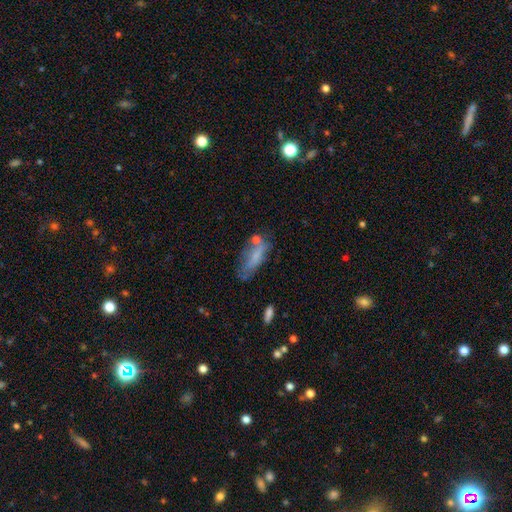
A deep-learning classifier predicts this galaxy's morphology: smooth-or-featured: smooth: 61% | featured or disk: 29% | star or artifact: 9%
  how-rounded: in between: 57% | cigar-shaped: 41% | round: 2%
  merging: none: 50% | minor disturbance: 27% | major disturbance: 13% | merger: 11%